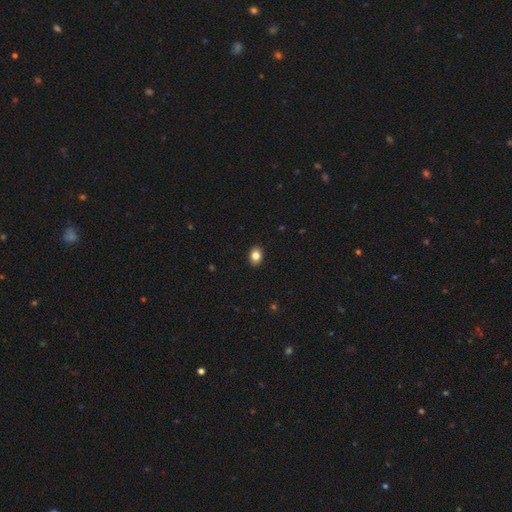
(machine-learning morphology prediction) smooth_or_featured: smooth (p=0.84) [alt: star or artifact p=0.09]
how_rounded: in between (p=0.62) [alt: round p=0.37]
merging: none (p=0.91) [alt: minor disturbance p=0.06]